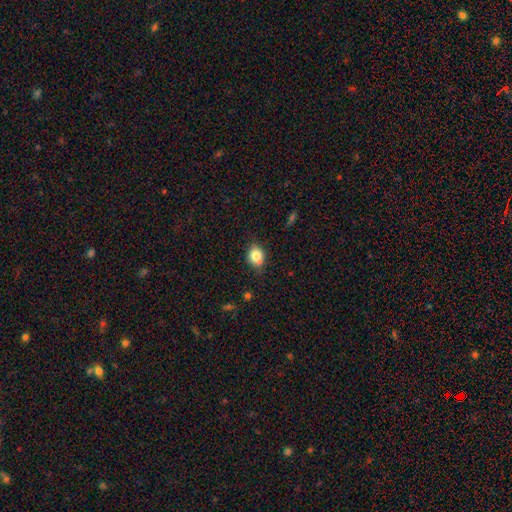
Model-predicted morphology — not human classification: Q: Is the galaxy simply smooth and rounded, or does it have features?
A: smooth — 80%.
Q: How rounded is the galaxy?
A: round — 52%.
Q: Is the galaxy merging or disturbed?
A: none — 72%.